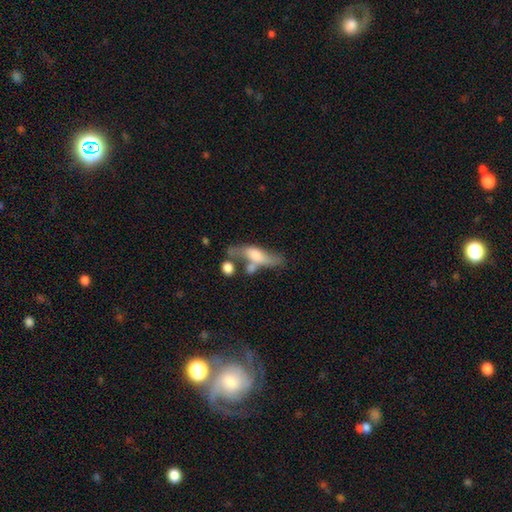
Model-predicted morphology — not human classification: Smooth or featured? Predicted: featured or disk (p=0.48). Merging? Predicted: none (p=0.35).